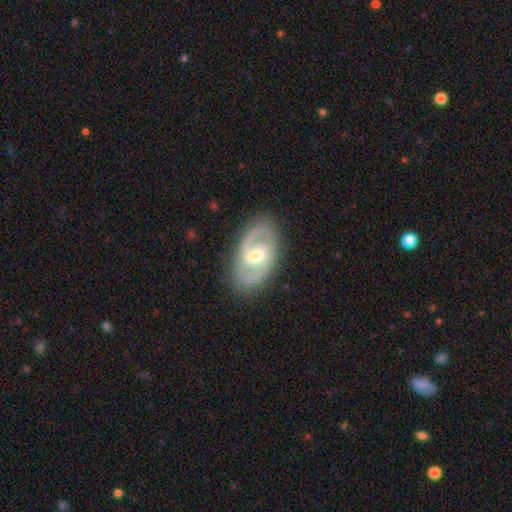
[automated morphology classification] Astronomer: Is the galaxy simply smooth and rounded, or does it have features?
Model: featured or disk — 82%.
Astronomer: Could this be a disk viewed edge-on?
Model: no — 96%.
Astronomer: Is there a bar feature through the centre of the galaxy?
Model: weak — 54%.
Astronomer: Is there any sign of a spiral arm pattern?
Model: yes — 89%.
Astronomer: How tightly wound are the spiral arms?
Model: medium — 52% (runner-up: tight, 34%).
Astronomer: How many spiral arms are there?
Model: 2 — 86%.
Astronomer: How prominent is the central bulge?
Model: moderate — 52% (runner-up: small, 41%).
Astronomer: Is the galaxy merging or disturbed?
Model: none — 84%.